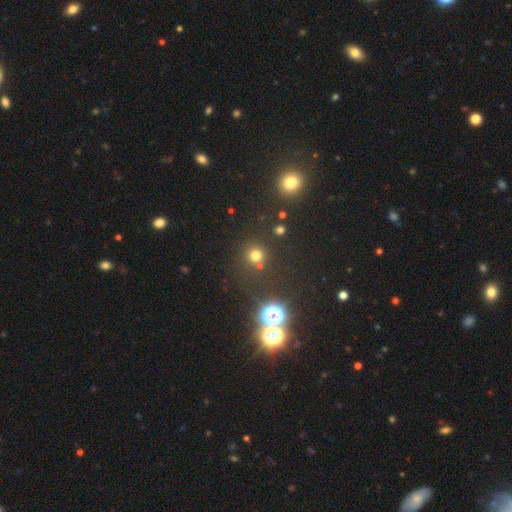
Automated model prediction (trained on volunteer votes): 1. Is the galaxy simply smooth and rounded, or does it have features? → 68% smooth, 26% star or artifact, 6% featured or disk.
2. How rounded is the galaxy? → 94% round, 5% in between, 1% cigar-shaped.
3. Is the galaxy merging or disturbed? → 80% none, 9% merger, 8% minor disturbance, 4% major disturbance.